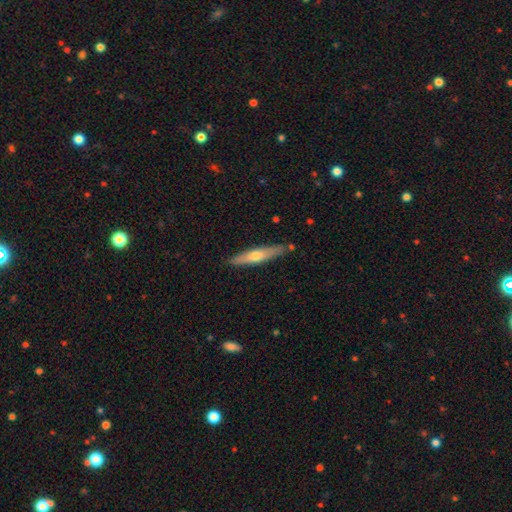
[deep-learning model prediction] featured or disk 47% (tied), smooth 47% (tied), star or artifact 6%. Down the decision tree: merging — none (86%).